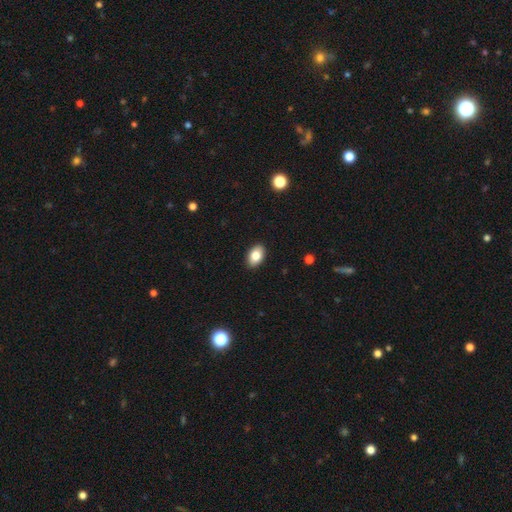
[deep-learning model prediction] Smooth or featured? smooth (82%)
How rounded? in between (89%)
Merging? none (90%)